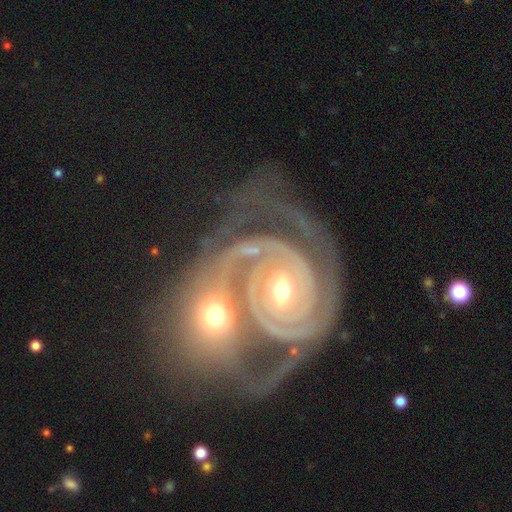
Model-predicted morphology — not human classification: This is clearly a featured or disk galaxy (90%). It is clearly not viewed edge-on (97%). Bar: possibly no (55%). Spiral arm pattern: clearly yes (97%). Spiral arm count: likely 2 (68%). Spiral winding: likely tight (74%). Central bulge: likely moderate (64%). Merging: possibly merger (49%).